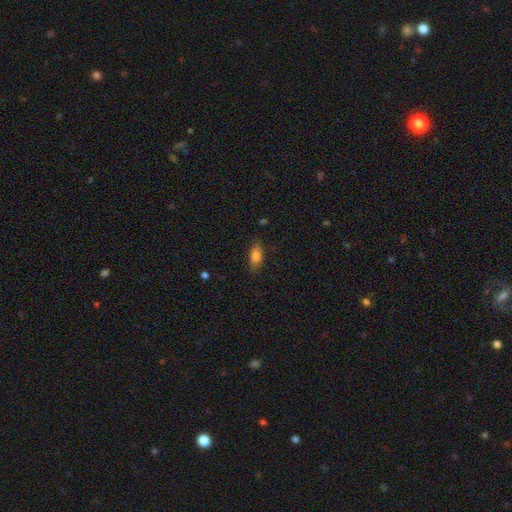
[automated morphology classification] This appears to be a smooth galaxy with no disk features (81%) that is in between round and cigar-shaped (82%). Merging: none (81%).